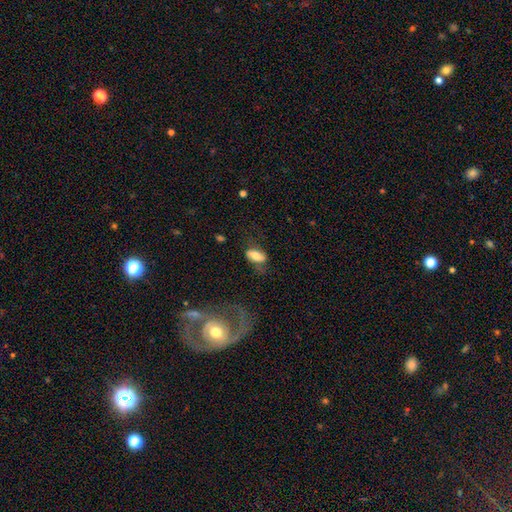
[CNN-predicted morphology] smooth-or-featured: smooth: 62% | featured or disk: 30% | star or artifact: 8%
  how-rounded: in between: 87% | cigar-shaped: 8% | round: 4%
  merging: none: 53% | minor disturbance: 23% | major disturbance: 20% | merger: 4%